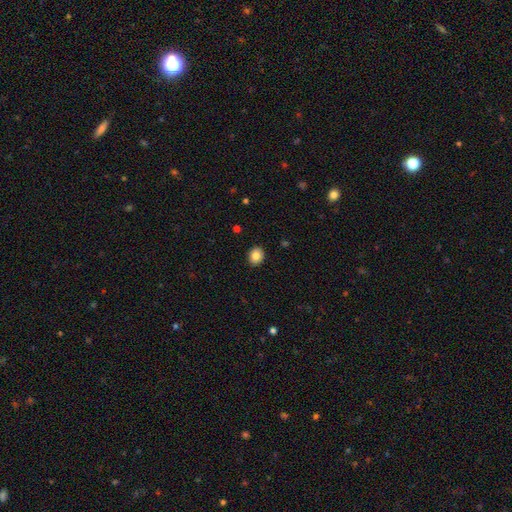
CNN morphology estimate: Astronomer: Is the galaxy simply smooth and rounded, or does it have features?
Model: smooth — 82%.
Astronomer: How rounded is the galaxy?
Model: round — 57% (runner-up: in between, 42%).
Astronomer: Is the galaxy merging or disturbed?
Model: none — 90%.